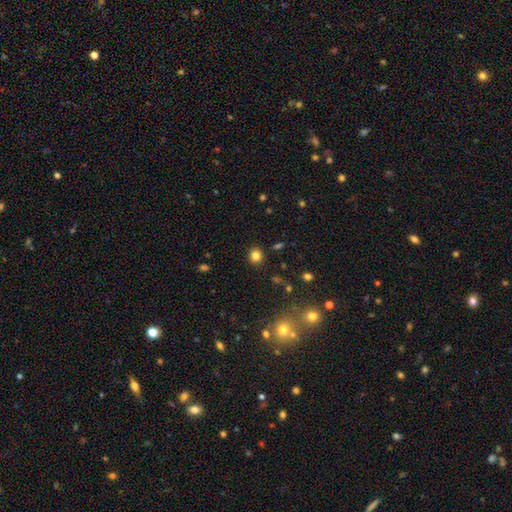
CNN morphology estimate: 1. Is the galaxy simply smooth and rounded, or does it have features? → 81% smooth, 13% star or artifact, 5% featured or disk.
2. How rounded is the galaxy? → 87% round, 12% in between, 1% cigar-shaped.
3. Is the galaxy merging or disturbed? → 90% none, 6% minor disturbance, 2% major disturbance, 2% merger.